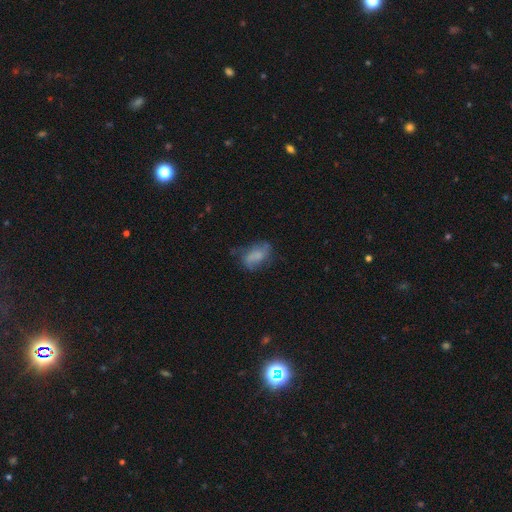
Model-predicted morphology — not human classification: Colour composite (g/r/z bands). It shows a smooth galaxy with no disk features (55%) that is in between round and cigar-shaped (86%). Merging: none (49%).